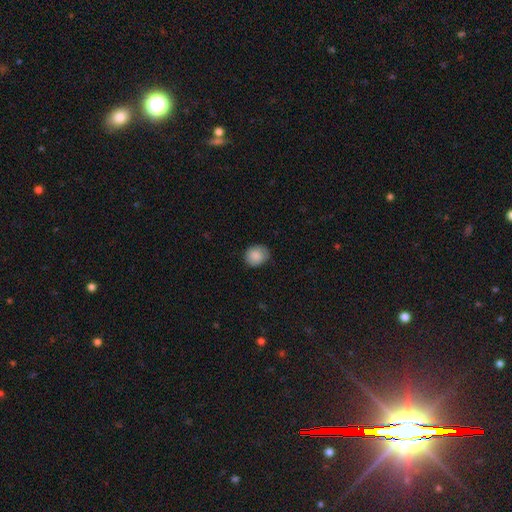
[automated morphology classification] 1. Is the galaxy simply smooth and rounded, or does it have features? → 85% smooth, 8% star or artifact, 7% featured or disk.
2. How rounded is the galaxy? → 62% round, 38% in between, 1% cigar-shaped.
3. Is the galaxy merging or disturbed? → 70% none, 24% minor disturbance, 5% major disturbance, 1% merger.